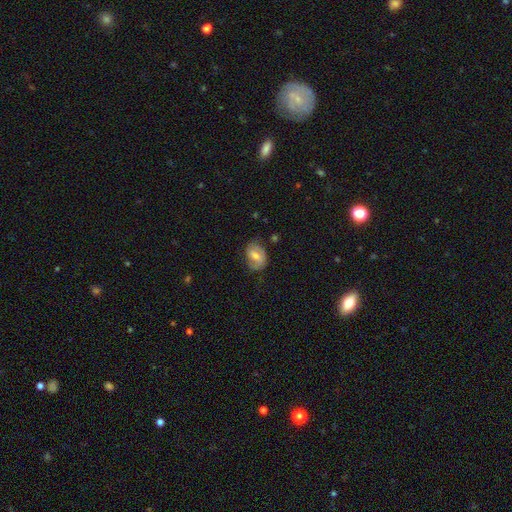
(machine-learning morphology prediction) smooth 54%, featured or disk 38%, star or artifact 8%. Down the decision tree: how rounded — in between (75%); merging — none (59%).